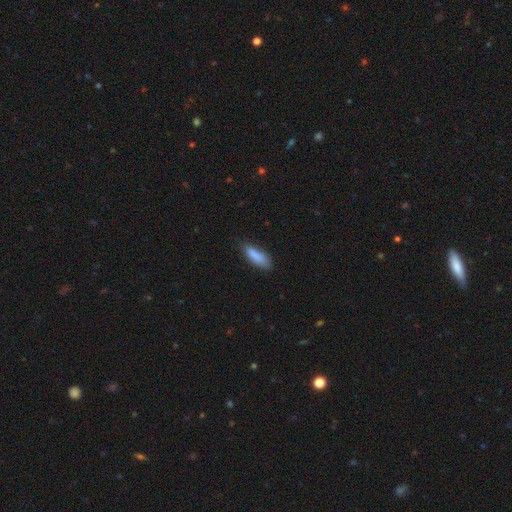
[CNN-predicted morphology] smooth 85%, featured or disk 8%, star or artifact 7%. Down the decision tree: how rounded — in between (57%); merging — none (64%).